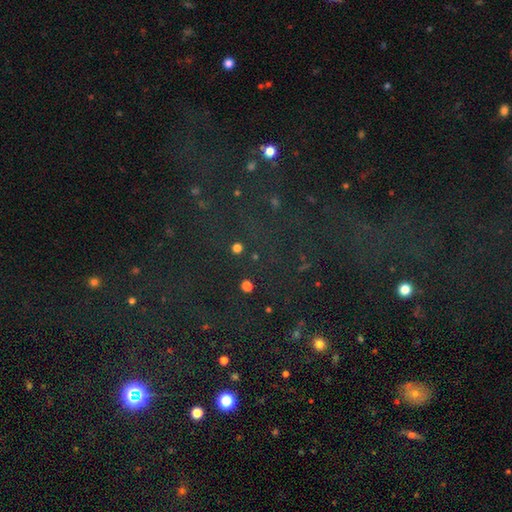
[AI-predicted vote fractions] Smooth or featured: star or artifact — 71% (smooth — 16%)